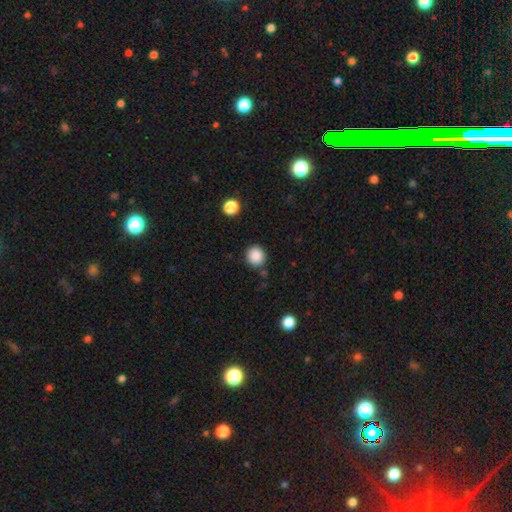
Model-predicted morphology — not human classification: This is clearly a smooth galaxy (87%). How rounded: clearly round (87%). Merging: clearly none (86%).